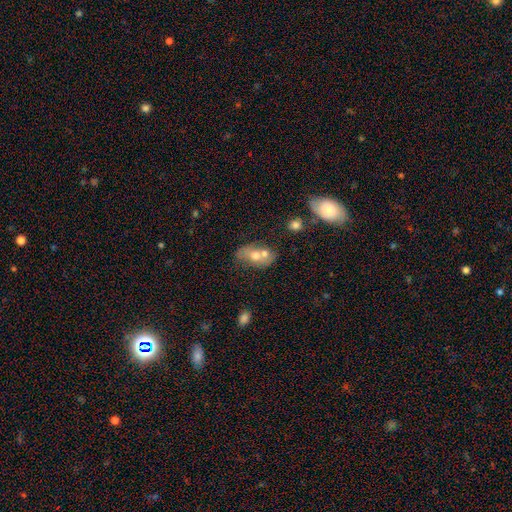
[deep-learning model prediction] smooth_or_featured: smooth (p=0.60) [alt: featured or disk p=0.31]
how_rounded: in between (p=0.81) [alt: round p=0.16]
merging: merger (p=0.45) [alt: none p=0.36]